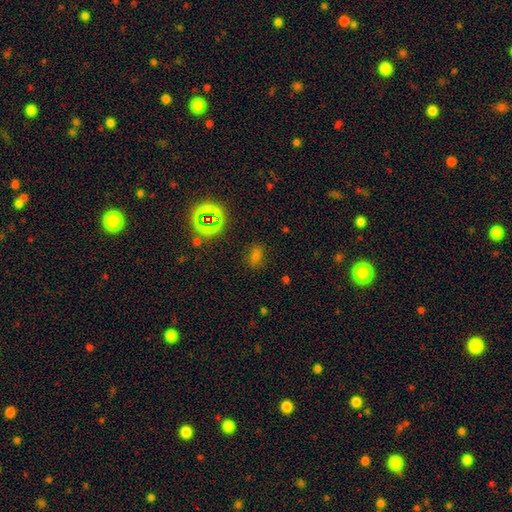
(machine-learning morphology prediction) type=smooth (57%); roundness=in between (73%); merging=none (80%).